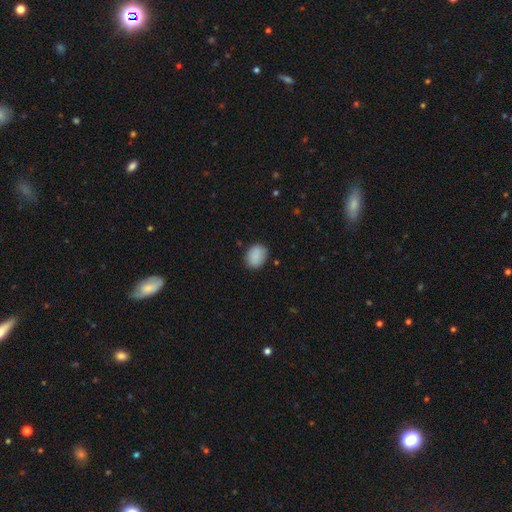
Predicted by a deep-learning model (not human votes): smooth 87%, star or artifact 7%, featured or disk 5%. Down the decision tree: how rounded — in between (51%); merging — none (82%).